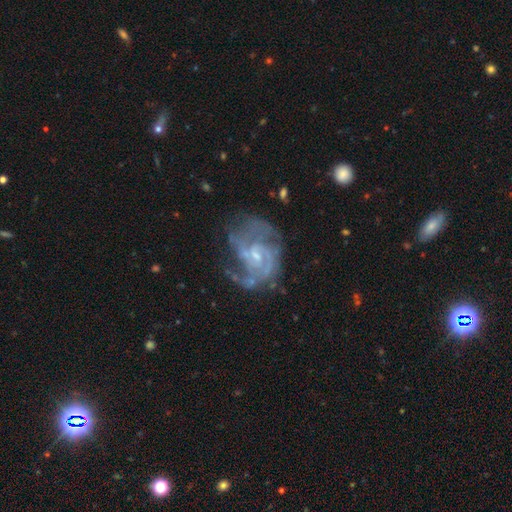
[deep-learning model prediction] Smooth or featured: featured or disk — 82% (star or artifact — 10%)
Edge-on disk: no — 98% (yes — 2%)
Bar: no — 57% (weak — 36%)
Spiral arms: yes — 91% (no — 9%)
Spiral winding: medium — 45% (tight — 39%)
Spiral arm count: can't tell — 28% (2 — 27%)
Bulge size: small — 62% (moderate — 29%)
Merging: none — 60% (minor disturbance — 20%)